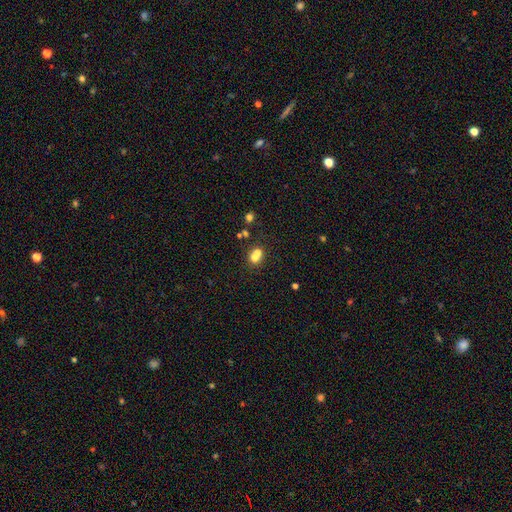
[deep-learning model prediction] Smooth or featured? smooth (69%)
How rounded? round (58%)
Merging? merger (55%)